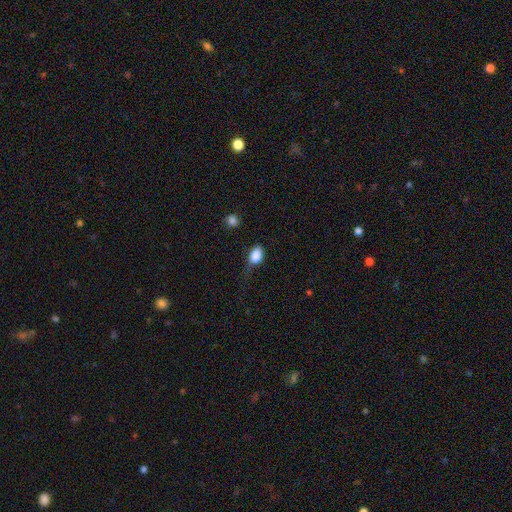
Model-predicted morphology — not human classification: Overall: smooth (85%). How rounded: in between (77%). Merging: none (45%; minor disturbance 34%).